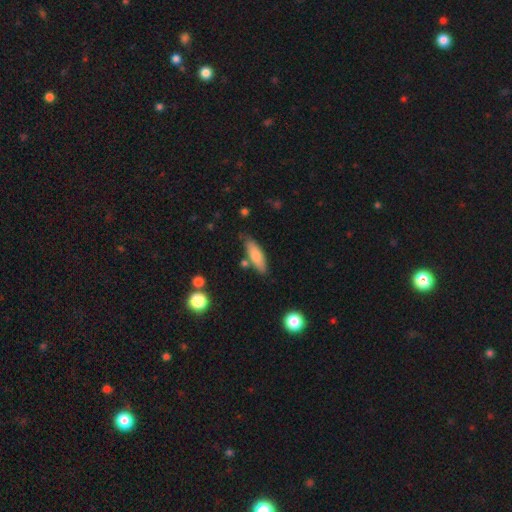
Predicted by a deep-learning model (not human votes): smooth 77%, featured or disk 17%, star or artifact 6%. Down the decision tree: how rounded — cigar-shaped (52%); merging — none (78%).